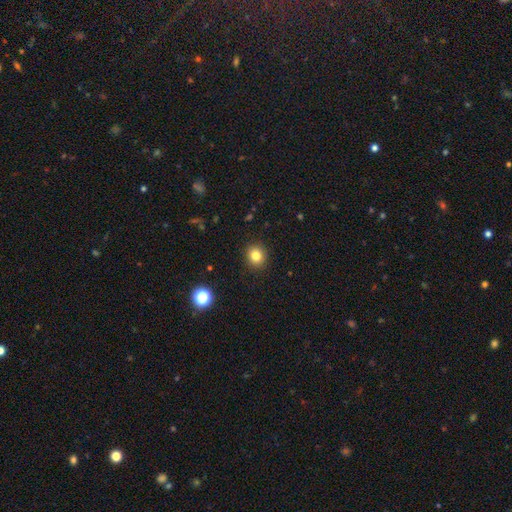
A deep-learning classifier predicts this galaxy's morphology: Overall: smooth (81%). How rounded: round (84%). Merging: none (91%).